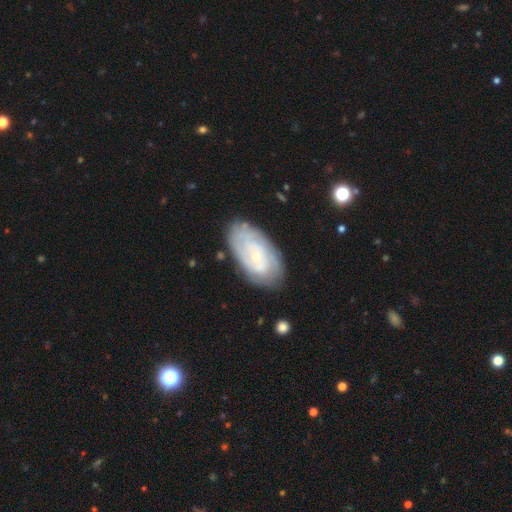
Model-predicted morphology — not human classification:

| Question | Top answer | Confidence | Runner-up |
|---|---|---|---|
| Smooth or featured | featured or disk | 72% | smooth (22%) |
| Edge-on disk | no | 94% | yes (6%) |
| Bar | no | 72% | weak (23%) |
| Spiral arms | yes | 88% | no (12%) |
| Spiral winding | tight | 74% | medium (20%) |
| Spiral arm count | can't tell | 51% | 2 (21%) |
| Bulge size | small | 78% | moderate (18%) |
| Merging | none | 77% | minor disturbance (17%) |